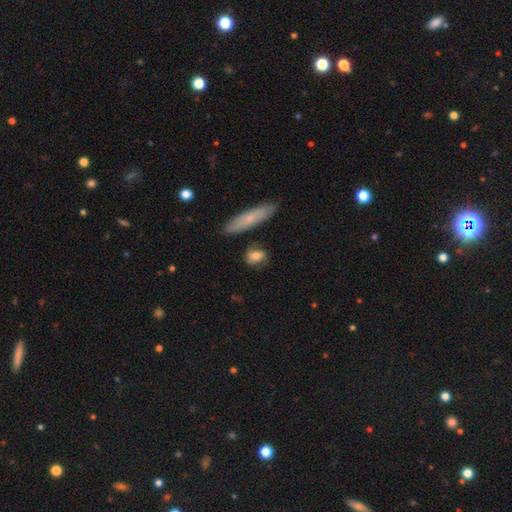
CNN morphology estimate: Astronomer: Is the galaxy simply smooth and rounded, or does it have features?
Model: smooth — 69%.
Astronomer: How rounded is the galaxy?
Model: in between — 55% (runner-up: round, 33%).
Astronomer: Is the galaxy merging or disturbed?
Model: none — 72%.